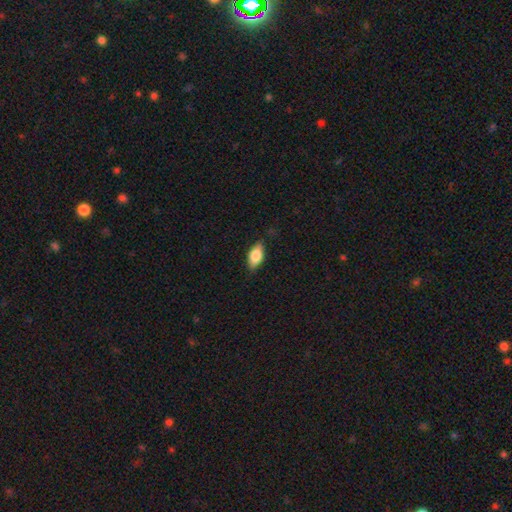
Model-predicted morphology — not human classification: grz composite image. It shows a smooth galaxy with no disk features (78%) that is in between round and cigar-shaped (87%). Merging: none (78%).